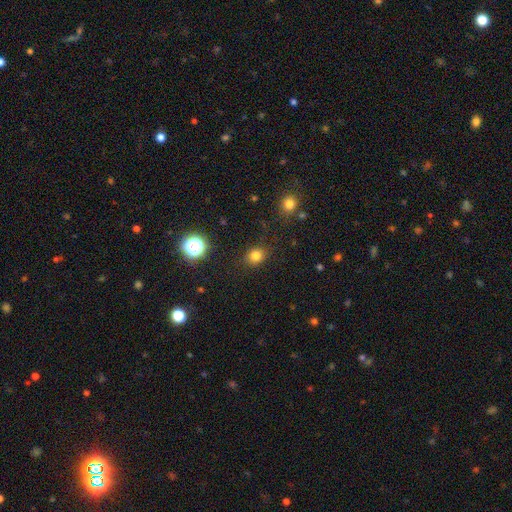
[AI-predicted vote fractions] smooth_or_featured: smooth (p=0.79) [alt: star or artifact p=0.15]
how_rounded: round (p=0.69) [alt: in between p=0.30]
merging: none (p=0.86) [alt: minor disturbance p=0.10]